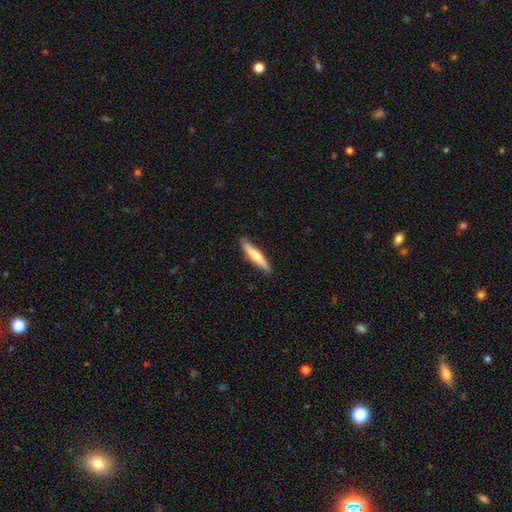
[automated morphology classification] type=smooth (58%); roundness=cigar-shaped (87%); merging=none (86%).